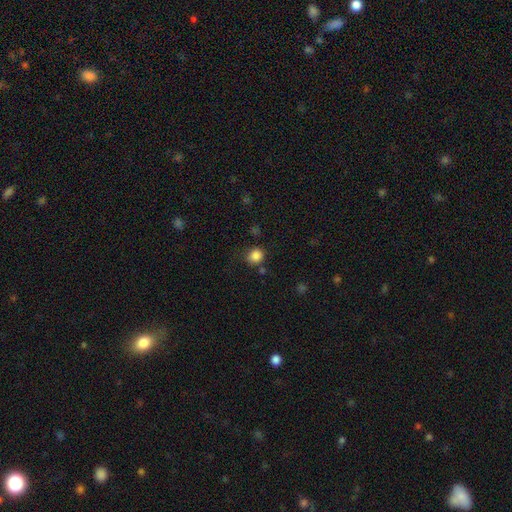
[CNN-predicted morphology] A smooth galaxy with no disk features (85%) that is round (81%). Merging: none (77%).